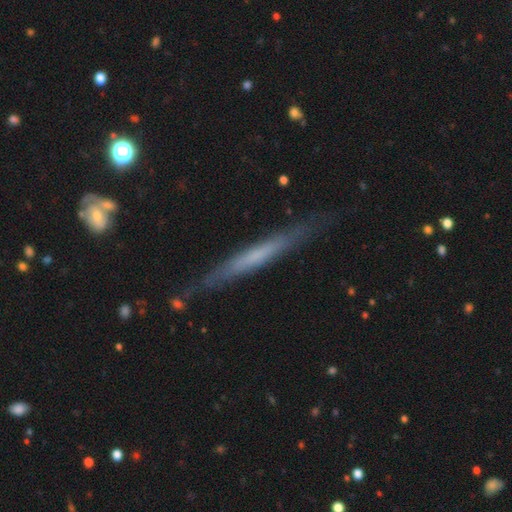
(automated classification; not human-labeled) A featured or disk galaxy (56%) viewed edge-on (93%) with no central bulge (77%). Merging: none (82%).